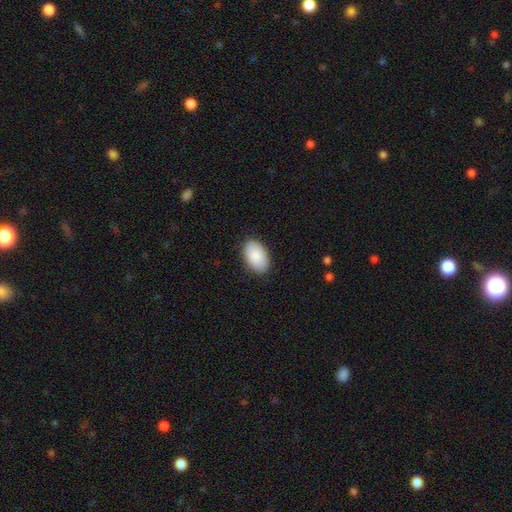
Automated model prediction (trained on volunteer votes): Morphology: type=smooth (89%); roundness=in between (94%); merging=none (88%).